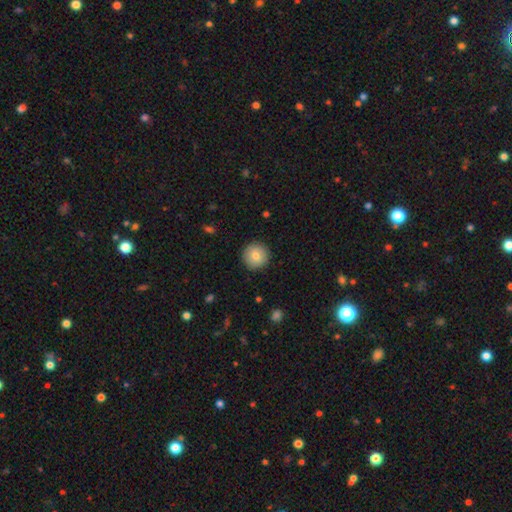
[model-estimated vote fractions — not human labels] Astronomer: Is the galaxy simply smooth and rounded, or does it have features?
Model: smooth — 80%.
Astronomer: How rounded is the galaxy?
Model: round — 96%.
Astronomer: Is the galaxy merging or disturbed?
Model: none — 91%.